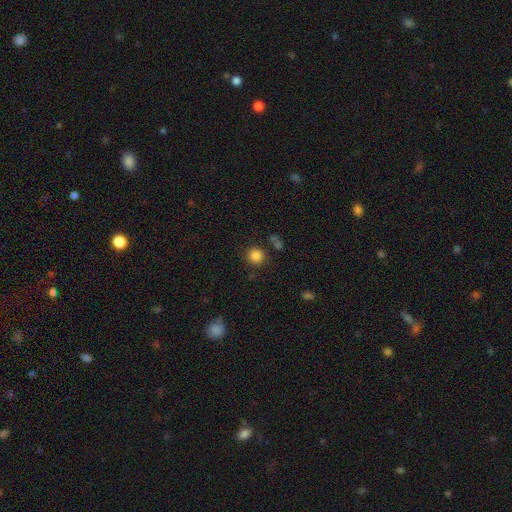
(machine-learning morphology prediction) type=smooth (84%); roundness=round (92%); merging=none (83%).